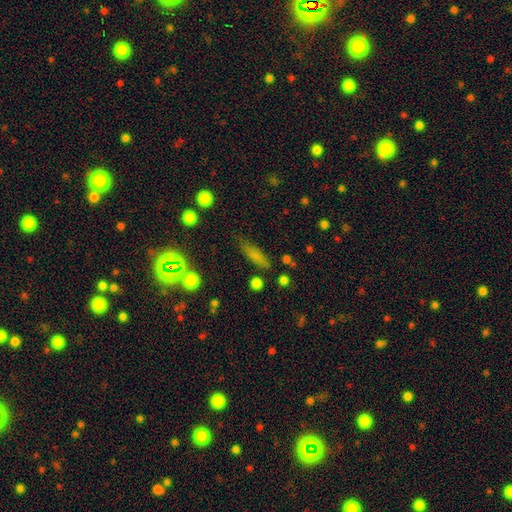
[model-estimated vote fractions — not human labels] This is likely a smooth galaxy (67%). How rounded: likely cigar-shaped (64%). Merging: likely none (74%).